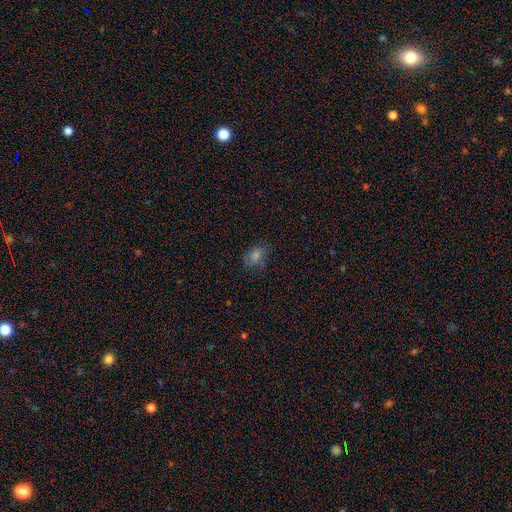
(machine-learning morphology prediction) This appears to be a smooth galaxy with no disk features (63%) that is in between round and cigar-shaped (64%). Merging: none (68%).